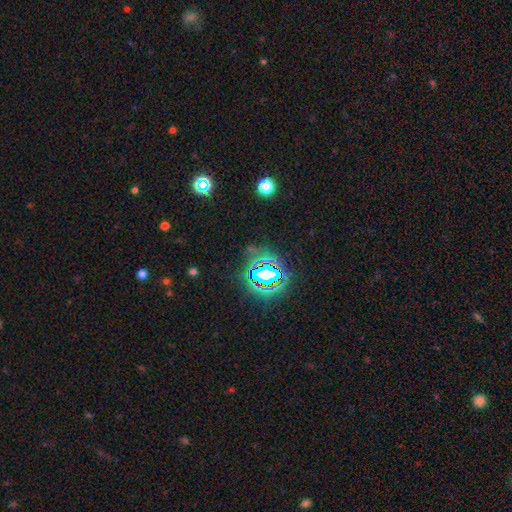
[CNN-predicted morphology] Smooth or featured? Predicted: star or artifact (p=0.81).